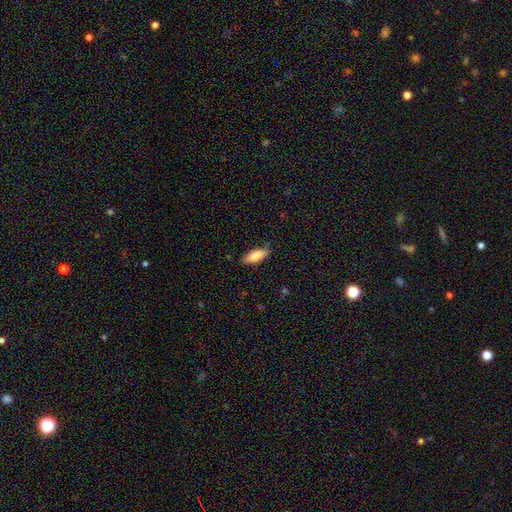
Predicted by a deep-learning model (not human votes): smooth 85%, featured or disk 9%, star or artifact 6%. Down the decision tree: how rounded — in between (68%); merging — none (81%).